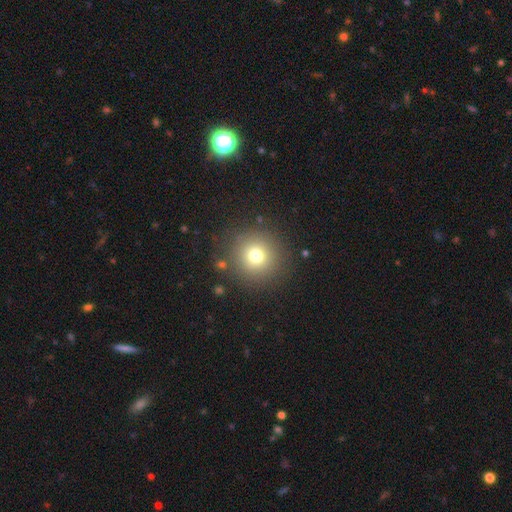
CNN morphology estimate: A smooth galaxy with no disk features (75%) that is round (95%).

Vote fractions:
- Smooth or featured? smooth: 75% / star or artifact: 15% / featured or disk: 10%
- How rounded? round: 95% / in between: 4% / cigar-shaped: 1%
- Merging? none: 87% / minor disturbance: 7% / major disturbance: 4% / merger: 2%